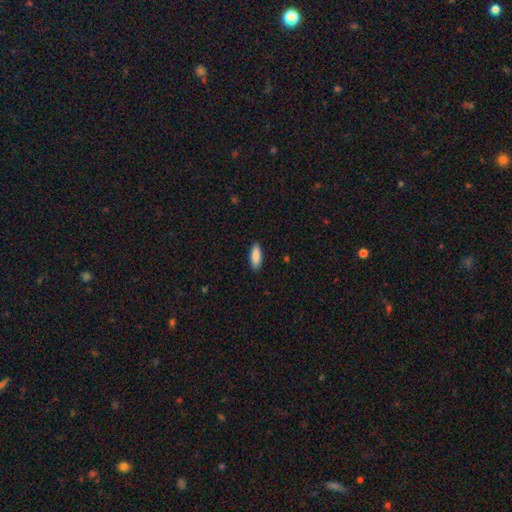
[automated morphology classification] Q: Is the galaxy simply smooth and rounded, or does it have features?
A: smooth — 88%.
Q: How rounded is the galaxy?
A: in between — 65%.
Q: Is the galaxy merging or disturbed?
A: none — 89%.